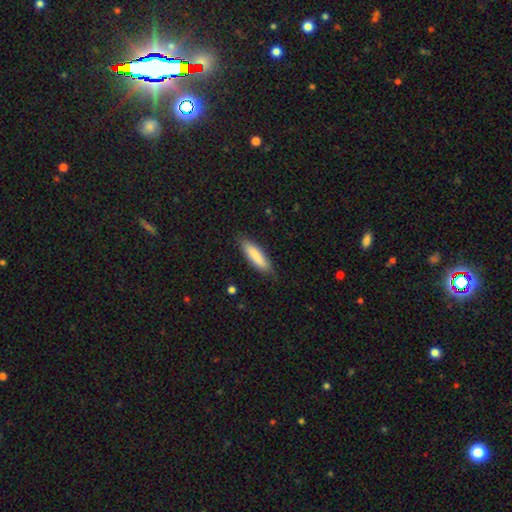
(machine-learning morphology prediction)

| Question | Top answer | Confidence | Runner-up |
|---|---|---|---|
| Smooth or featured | smooth | 83% | featured or disk (11%) |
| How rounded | cigar-shaped | 65% | in between (34%) |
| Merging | none | 83% | minor disturbance (13%) |